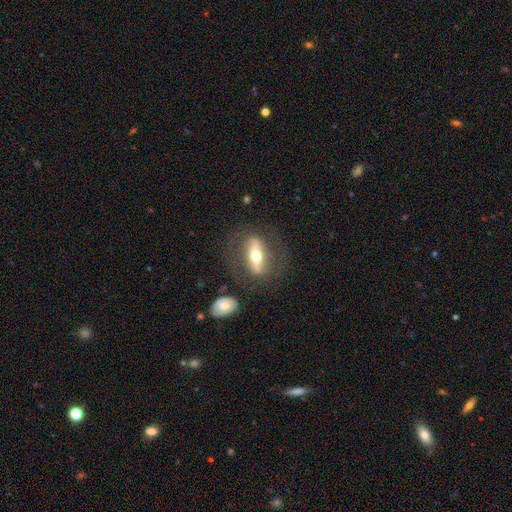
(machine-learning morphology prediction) A featured or disk galaxy (64%).

Vote fractions:
- Smooth or featured? featured or disk: 64% / smooth: 30% / star or artifact: 6%
- Edge-on disk? no: 61% / yes: 39%
- Merging? none: 69% / minor disturbance: 14% / major disturbance: 13% / merger: 5%